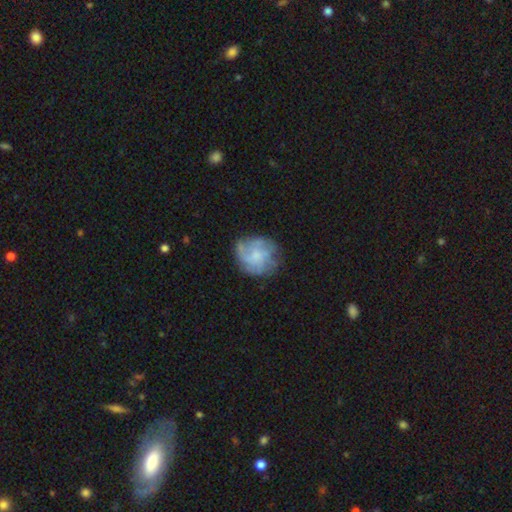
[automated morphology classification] smooth-or-featured: featured or disk: 50% | smooth: 42% | star or artifact: 8%
  disk-edge-on: no: 98% | yes: 2%
  merging: none: 66% | minor disturbance: 21% | major disturbance: 12% | merger: 2%